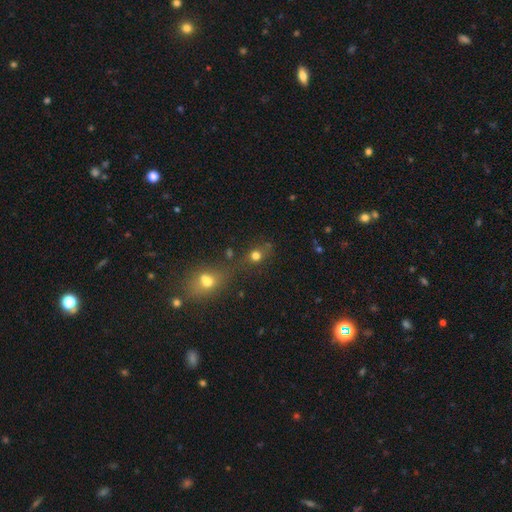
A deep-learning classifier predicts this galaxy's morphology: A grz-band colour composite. It shows a smooth galaxy with no disk features (70%) that is round (78%). Merging: none (51%).